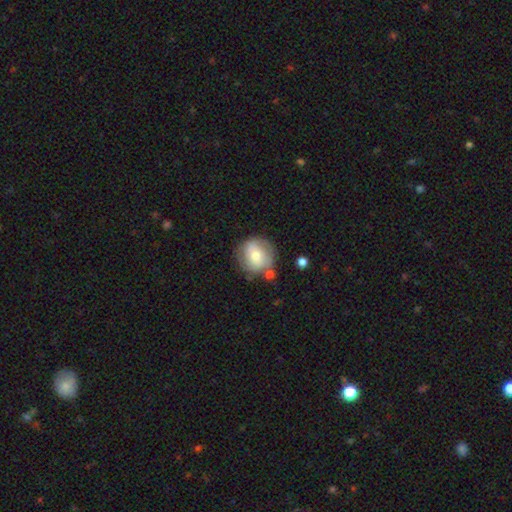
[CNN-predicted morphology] type=smooth (55%); roundness=round (87%); merging=none (68%).